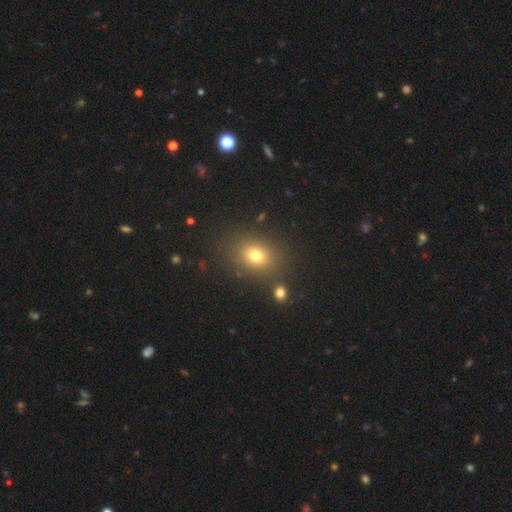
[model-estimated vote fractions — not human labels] Smooth or featured?
  - smooth: 74% *
  - star or artifact: 16%
  - featured or disk: 10%
How rounded?
  - in between: 53% *
  - round: 46%
  - cigar-shaped: 1%
Merging?
  - none: 82% *
  - minor disturbance: 9%
  - merger: 5%
  - major disturbance: 4%